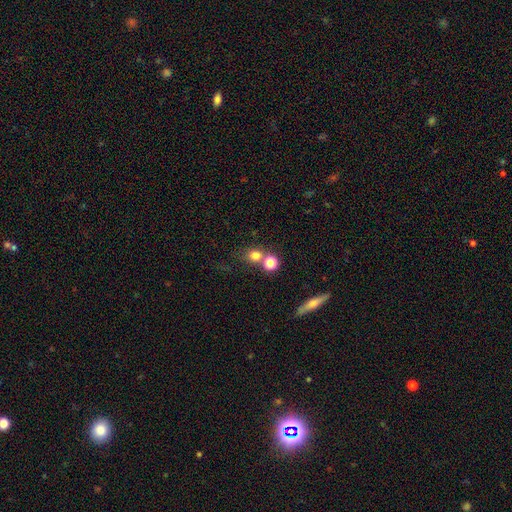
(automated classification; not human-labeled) Q: Smooth or featured?
A: smooth (74%); runner-up: star or artifact (16%)
Q: How rounded?
A: round (80%); runner-up: in between (18%)
Q: Merging?
A: none (53%); runner-up: merger (33%)